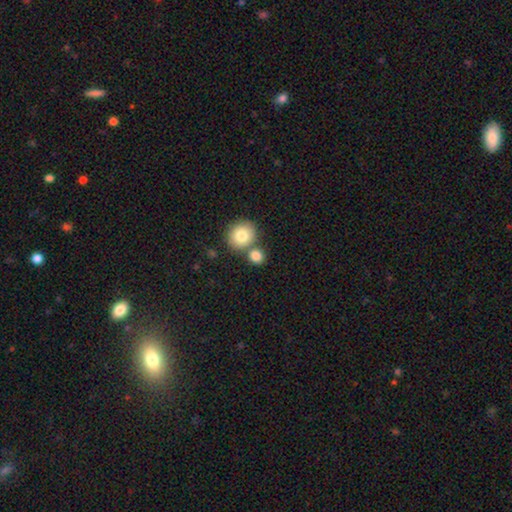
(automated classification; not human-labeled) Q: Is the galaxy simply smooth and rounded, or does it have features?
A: smooth — 84%.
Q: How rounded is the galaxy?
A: round — 81%.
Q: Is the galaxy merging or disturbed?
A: none — 59%.